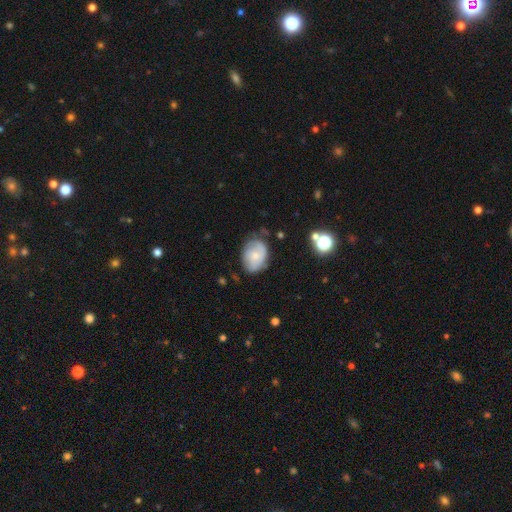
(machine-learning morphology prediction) Smooth or featured? Predicted: smooth (p=0.50). How rounded? Predicted: in between (p=0.71). Merging? Predicted: none (p=0.63).